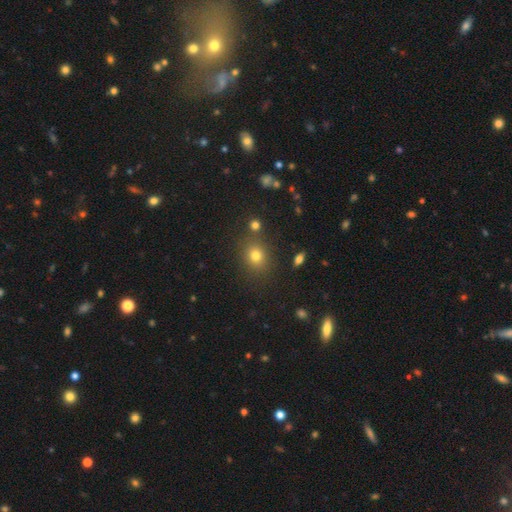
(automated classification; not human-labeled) The model was most divided on "how rounded": round: 72%, in between: 27%, cigar-shaped: 1%. More confident: merging — none (83%); smooth or featured — smooth (75%).